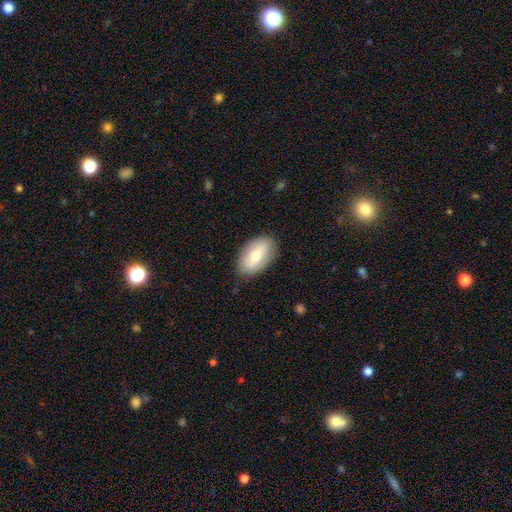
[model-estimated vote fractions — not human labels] Q: Smooth or featured?
A: smooth (65%); runner-up: featured or disk (28%)
Q: How rounded?
A: in between (92%); runner-up: round (5%)
Q: Merging?
A: none (83%); runner-up: minor disturbance (13%)